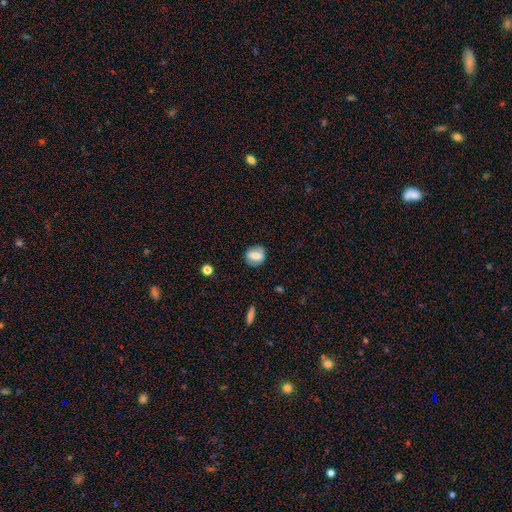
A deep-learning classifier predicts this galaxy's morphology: Smooth or featured: smooth — 58% (featured or disk — 34%)
How rounded: round — 60% (in between — 37%)
Merging: none — 81% (minor disturbance — 14%)